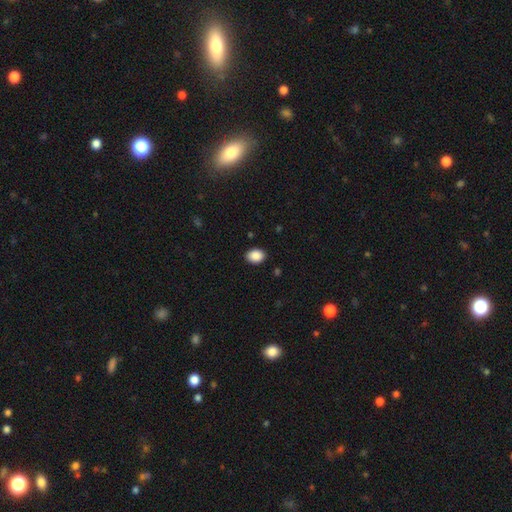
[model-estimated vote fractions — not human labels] Smooth or featured? smooth (89%)
How rounded? in between (69%)
Merging? none (89%)